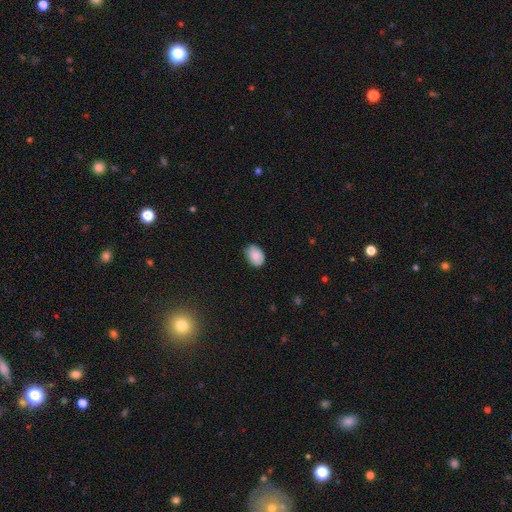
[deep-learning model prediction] Smooth or featured?
  - smooth: 88% *
  - star or artifact: 7%
  - featured or disk: 5%
How rounded?
  - in between: 82% *
  - round: 17%
  - cigar-shaped: 1%
Merging?
  - none: 80% *
  - minor disturbance: 17%
  - major disturbance: 3%
  - merger: 1%